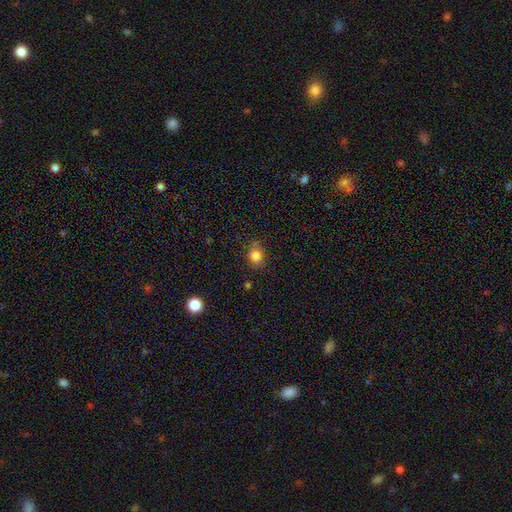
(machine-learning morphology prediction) This appears to be a smooth galaxy with no disk features (82%) that is round (70%). Merging: none (73%).